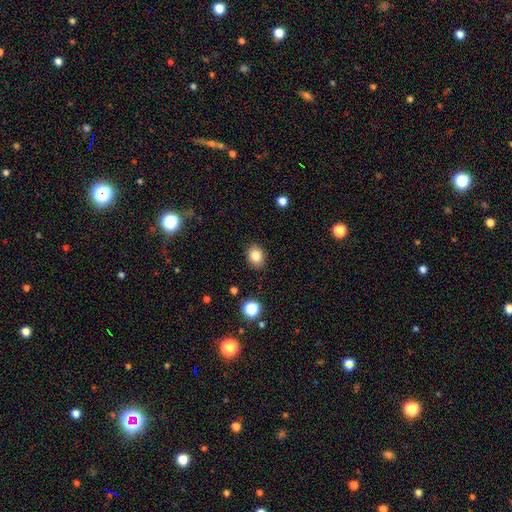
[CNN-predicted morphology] Smooth or featured?
  - smooth: 83% *
  - star or artifact: 10%
  - featured or disk: 7%
How rounded?
  - in between: 59% *
  - round: 40%
  - cigar-shaped: 1%
Merging?
  - none: 88% *
  - minor disturbance: 9%
  - major disturbance: 2%
  - merger: 1%